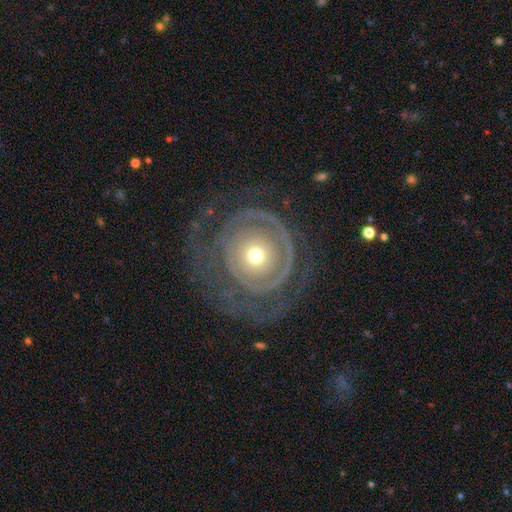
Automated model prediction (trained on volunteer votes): A featured or disk galaxy (73%) with no bar (88%), spiral arms (65%) and a moderate central bulge (50%). Merging: none (53%).